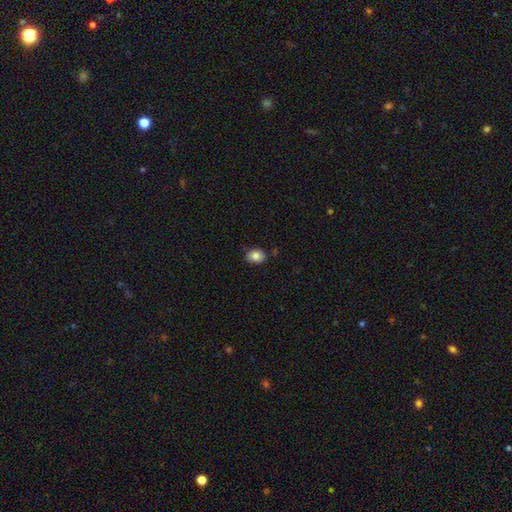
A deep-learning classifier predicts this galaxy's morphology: The model was most divided on "how rounded": in between: 69%, round: 30%, cigar-shaped: 1%. More confident: smooth or featured — smooth (84%); merging — none (79%).